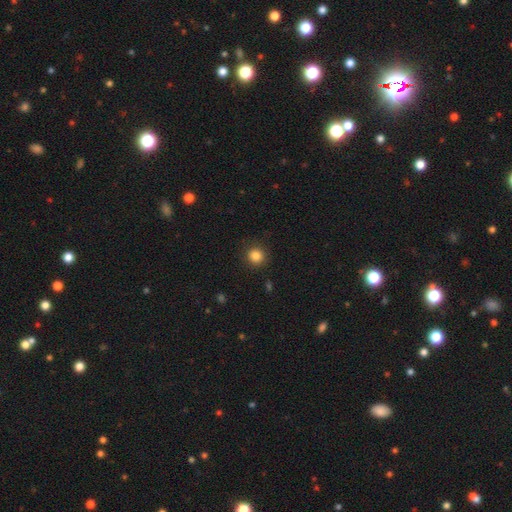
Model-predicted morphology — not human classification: smooth-or-featured: smooth: 85% | star or artifact: 11% | featured or disk: 4%
  how-rounded: round: 91% | in between: 8% | cigar-shaped: 1%
  merging: none: 90% | minor disturbance: 7% | major disturbance: 2% | merger: 1%